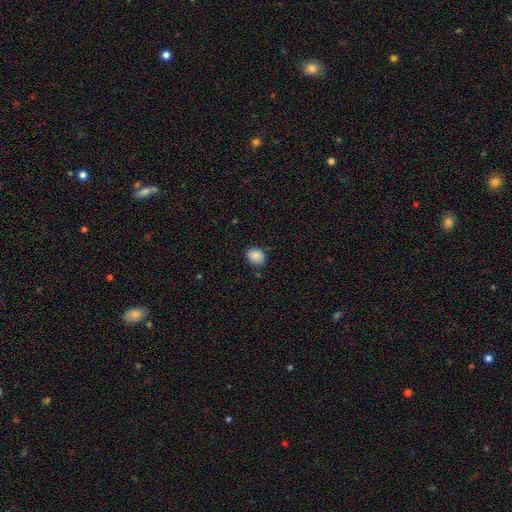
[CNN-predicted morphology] type=smooth (86%); roundness=round (56%); merging=none (79%).